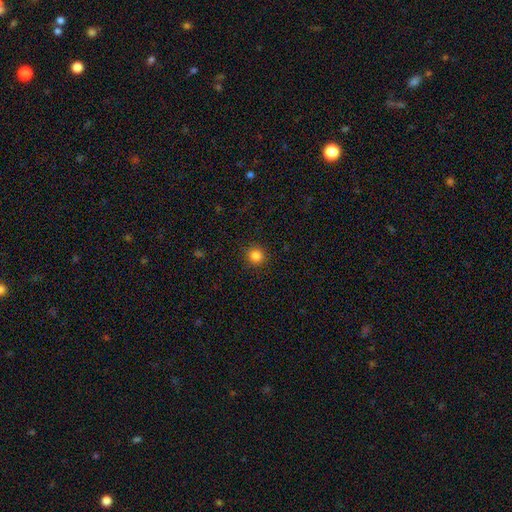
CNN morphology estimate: This appears to be a smooth galaxy with no disk features (84%) that is round (92%). Merging: none (91%).